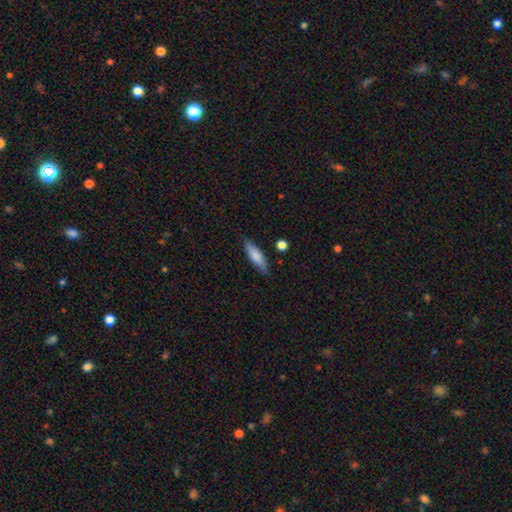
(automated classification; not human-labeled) Smooth or featured?
  - smooth: 76% *
  - featured or disk: 18%
  - star or artifact: 6%
How rounded?
  - cigar-shaped: 63% *
  - in between: 35%
  - round: 2%
Merging?
  - none: 82% *
  - minor disturbance: 13%
  - major disturbance: 3%
  - merger: 2%